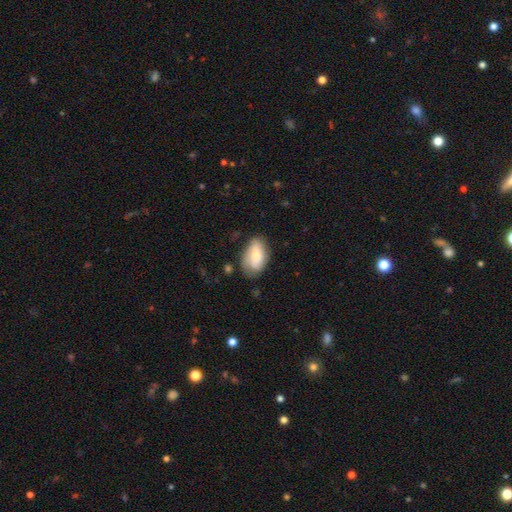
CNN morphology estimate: Q: Smooth or featured?
A: smooth (63%); runner-up: featured or disk (31%)
Q: How rounded?
A: in between (91%); runner-up: round (6%)
Q: Merging?
A: none (64%); runner-up: minor disturbance (27%)